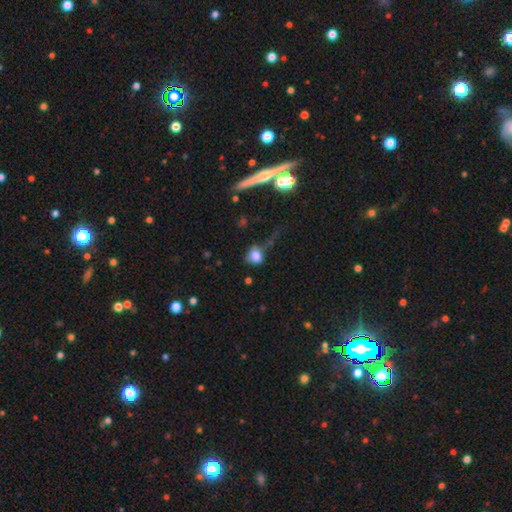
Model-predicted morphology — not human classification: Smooth or featured? smooth (76%)
How rounded? round (63%)
Merging? none (40%)